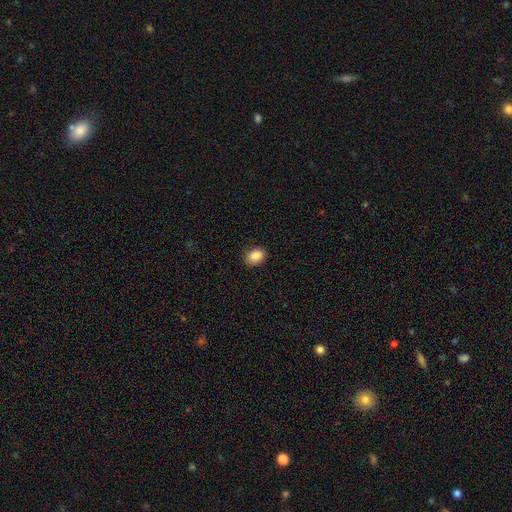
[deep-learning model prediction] The model was most divided on "how rounded": in between: 64%, round: 35%, cigar-shaped: 1%. More confident: smooth or featured — smooth (87%); merging — none (85%).